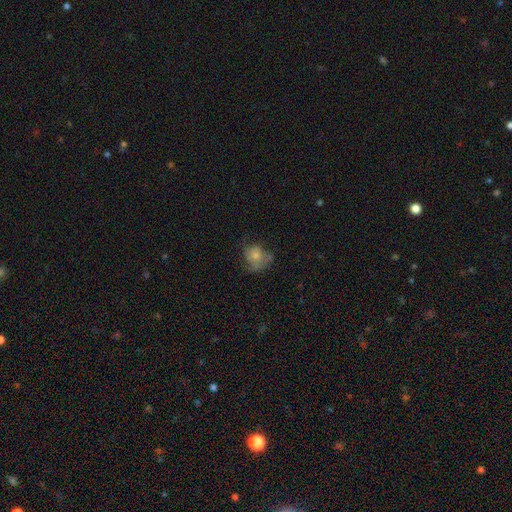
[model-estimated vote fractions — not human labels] A smooth galaxy with no disk features (63%) that is round (67%).

Vote fractions:
- Smooth or featured? smooth: 63% / featured or disk: 26% / star or artifact: 11%
- How rounded? round: 67% / in between: 33% / cigar-shaped: 1%
- Merging? none: 44% / minor disturbance: 29% / major disturbance: 24% / merger: 3%